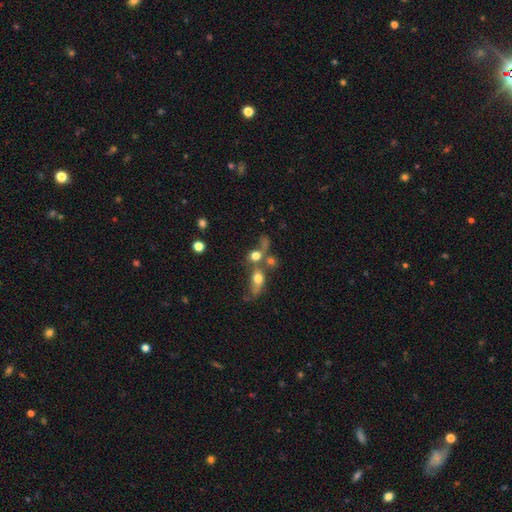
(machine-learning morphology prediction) A smooth galaxy with no disk features (67%) that is round (55%).

Vote fractions:
- Smooth or featured? smooth: 67% / featured or disk: 19% / star or artifact: 14%
- How rounded? round: 55% / in between: 40% / cigar-shaped: 5%
- Merging? merger: 53% / none: 24% / major disturbance: 13% / minor disturbance: 9%